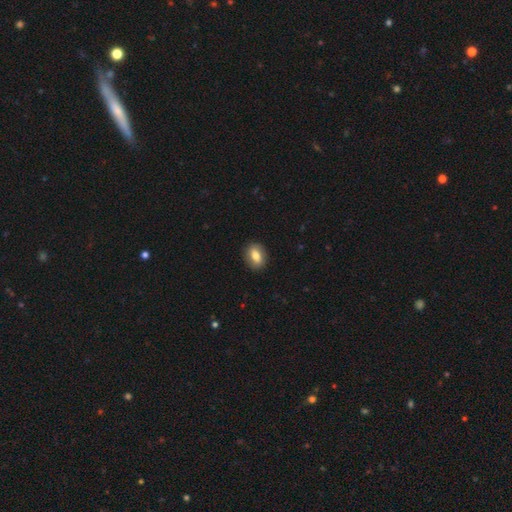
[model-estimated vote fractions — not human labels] This appears to be a smooth galaxy with no disk features (77%) that is in between round and cigar-shaped (74%). Merging: none (88%).